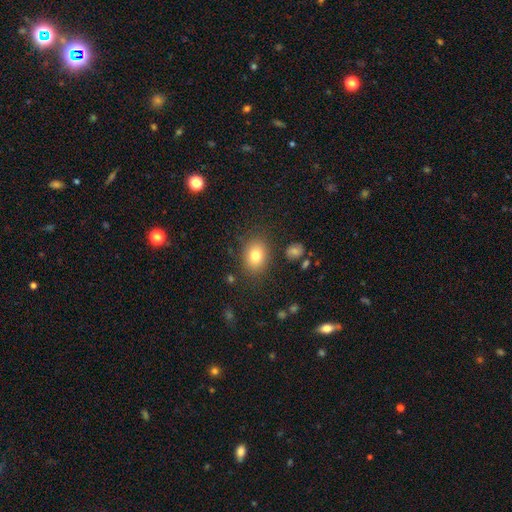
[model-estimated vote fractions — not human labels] smooth-or-featured: smooth: 79% | star or artifact: 11% | featured or disk: 10%
  how-rounded: in between: 56% | round: 43% | cigar-shaped: 1%
  merging: none: 83% | minor disturbance: 11% | major disturbance: 4% | merger: 2%